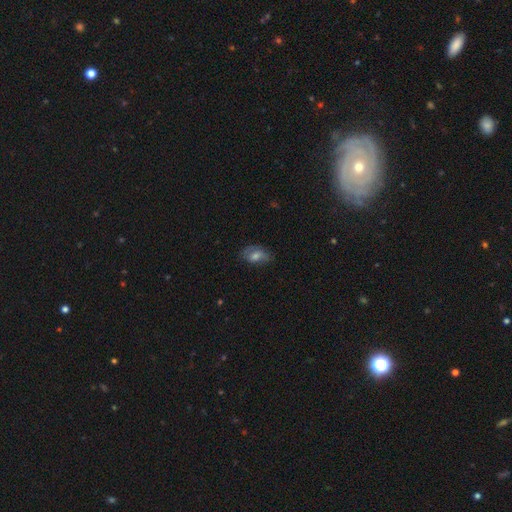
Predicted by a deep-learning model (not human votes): The model was most divided on "smooth or featured": smooth: 55%, featured or disk: 33%, star or artifact: 12%. More confident: how rounded — in between (84%); merging — none (67%).